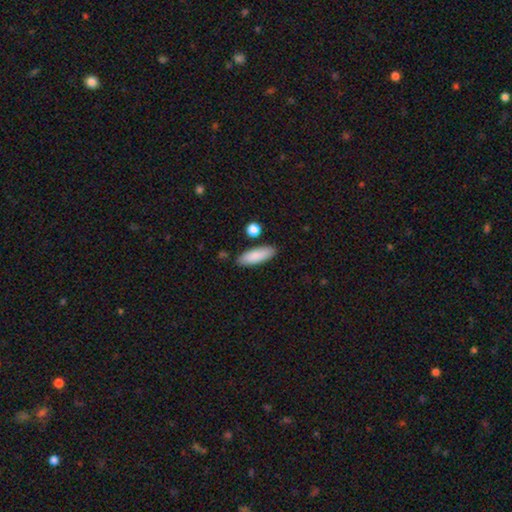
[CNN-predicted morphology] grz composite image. It shows a smooth galaxy with no disk features (87%) that is in between round and cigar-shaped (55%). Merging: none (84%).